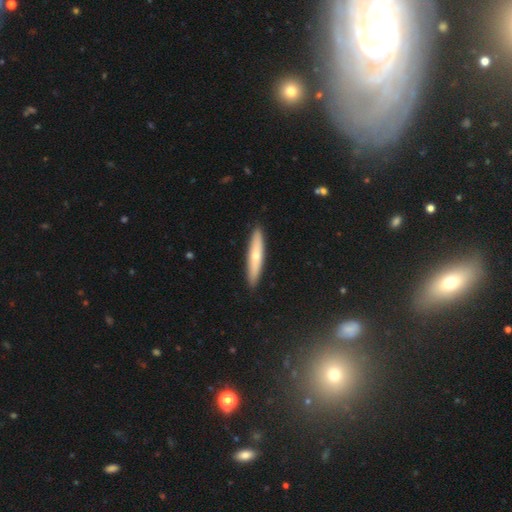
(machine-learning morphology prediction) Smooth or featured? smooth (58%)
How rounded? cigar-shaped (89%)
Merging? none (91%)